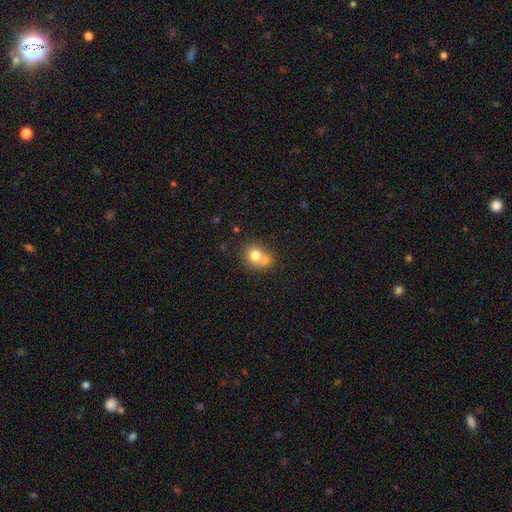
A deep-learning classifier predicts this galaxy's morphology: The model was most divided on "merging": merger: 48%, none: 37%, minor disturbance: 11%, major disturbance: 5%. More confident: smooth or featured — smooth (74%); how rounded — round (72%).